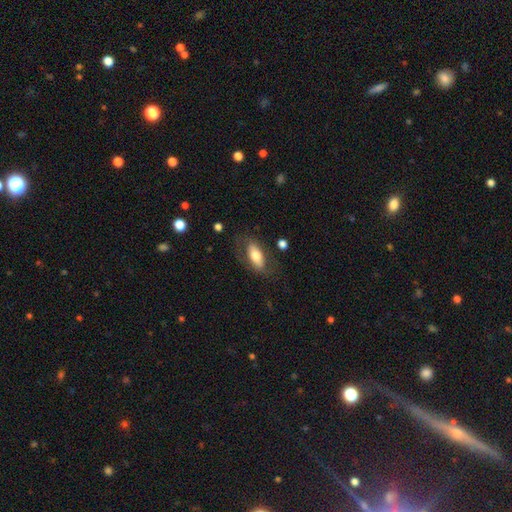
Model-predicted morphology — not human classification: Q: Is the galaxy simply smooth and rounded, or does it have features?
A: smooth — 65%.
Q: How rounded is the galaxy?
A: in between — 82%.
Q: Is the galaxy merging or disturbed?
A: none — 70%.